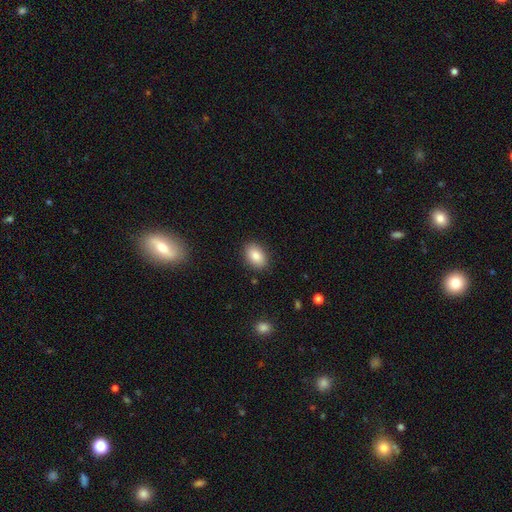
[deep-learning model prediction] smooth-or-featured: smooth: 86% | star or artifact: 8% | featured or disk: 7%
  how-rounded: in between: 87% | round: 12% | cigar-shaped: 1%
  merging: none: 87% | minor disturbance: 9% | major disturbance: 2% | merger: 1%